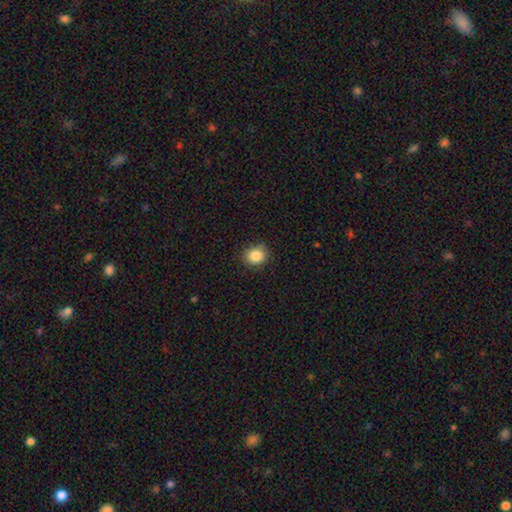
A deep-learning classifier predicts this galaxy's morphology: A smooth galaxy with no disk features (85%) that is round (77%).

Vote fractions:
- Smooth or featured? smooth: 85% / star or artifact: 10% / featured or disk: 5%
- How rounded? round: 77% / in between: 22% / cigar-shaped: 1%
- Merging? none: 82% / minor disturbance: 13% / major disturbance: 3% / merger: 2%